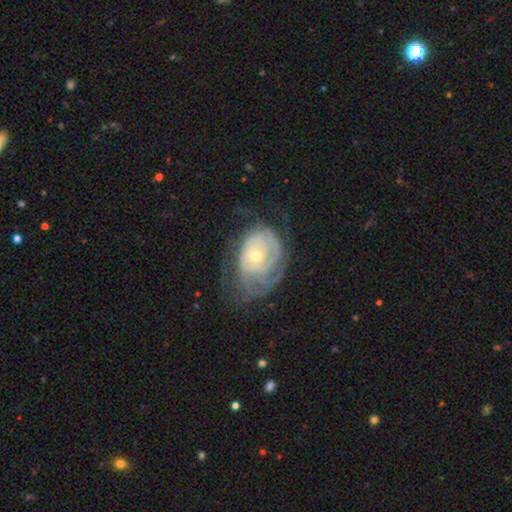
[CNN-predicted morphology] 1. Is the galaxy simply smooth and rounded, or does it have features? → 77% featured or disk, 17% smooth, 6% star or artifact.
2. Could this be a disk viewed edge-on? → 96% no, 4% yes.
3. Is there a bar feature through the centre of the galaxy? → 80% no, 16% weak, 3% strong.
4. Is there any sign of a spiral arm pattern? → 86% yes, 14% no.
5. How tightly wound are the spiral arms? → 67% tight, 23% medium, 10% loose.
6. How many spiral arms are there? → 48% can't tell, 19% 2, 12% 3, 10% 1, 6% 4, 5% more than 4.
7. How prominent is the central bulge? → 62% small, 34% moderate, 2% large, 1% none, 1% dominant.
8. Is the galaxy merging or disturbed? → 51% none, 24% major disturbance, 24% minor disturbance, 1% merger.